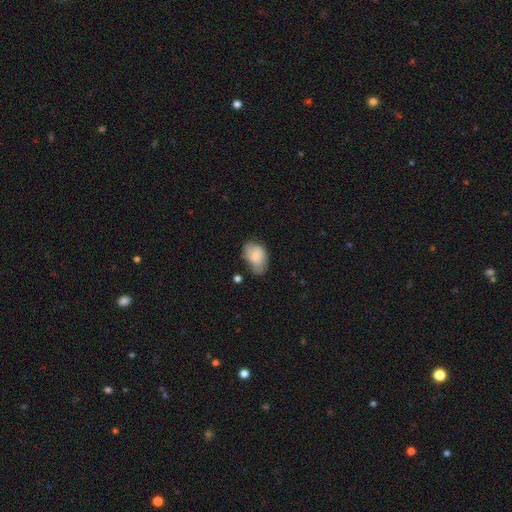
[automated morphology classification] A smooth galaxy with no disk features (78%) that is in between round and cigar-shaped (87%). Merging: none (42%).